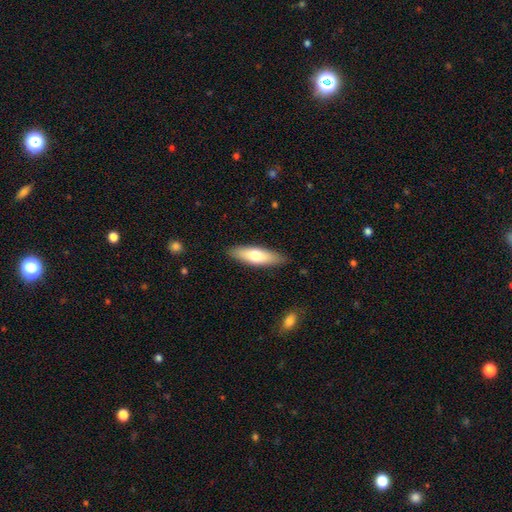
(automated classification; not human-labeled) Smooth or featured: smooth — 67% (featured or disk — 27%)
How rounded: cigar-shaped — 50% (in between — 48%)
Merging: none — 87% (minor disturbance — 10%)